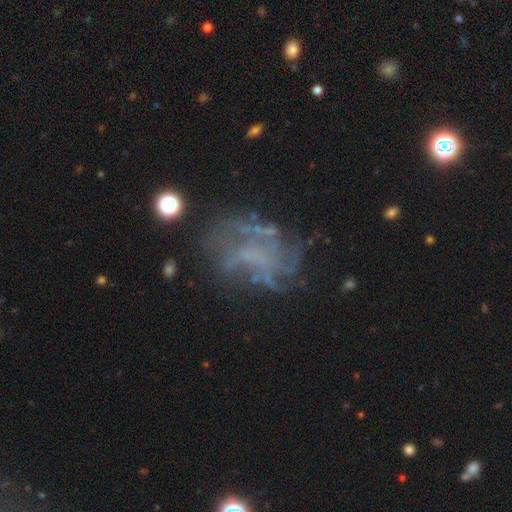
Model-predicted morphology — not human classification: type=featured or disk (66%); edge-on=no (98%); bar=no (76%); spiral arms=yes (55%); bulge=none (76%); merging=none (53%).